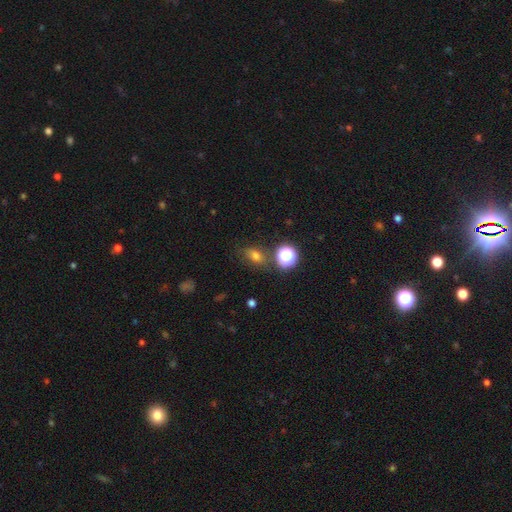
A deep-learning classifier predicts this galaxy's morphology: Overall: smooth (68%). How rounded: in between (66%; round 31%). Merging: none (68%).